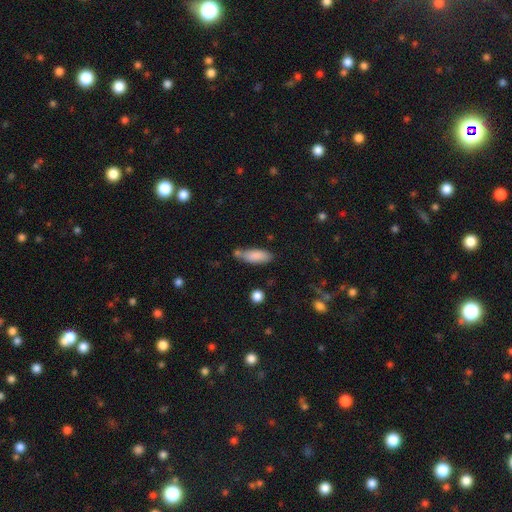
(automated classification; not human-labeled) Smooth or featured: smooth — 85% (featured or disk — 8%)
How rounded: in between — 66% (cigar-shaped — 32%)
Merging: none — 58% (minor disturbance — 22%)